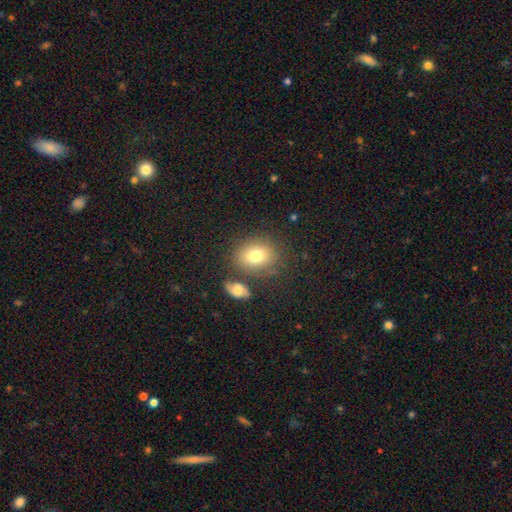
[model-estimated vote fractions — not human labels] Smooth or featured: smooth — 77% (featured or disk — 13%)
How rounded: in between — 52% (round — 47%)
Merging: none — 74% (minor disturbance — 12%)